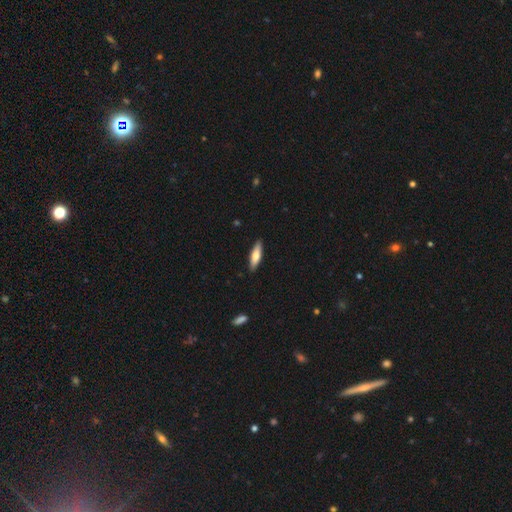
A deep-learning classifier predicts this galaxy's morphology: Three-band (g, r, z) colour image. It shows a smooth galaxy with no disk features (65%) that is cigar-shaped (60%). Merging: none (90%).